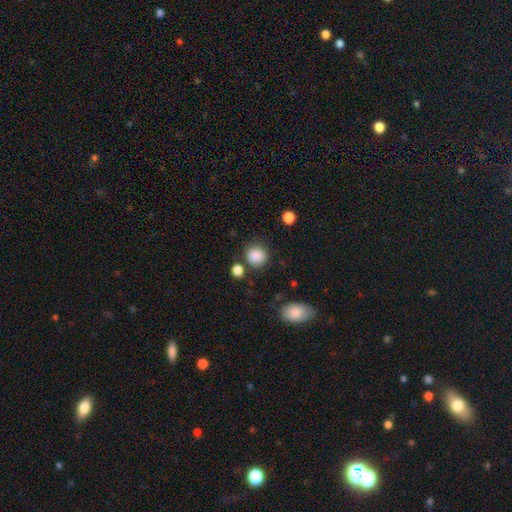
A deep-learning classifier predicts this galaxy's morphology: This is clearly a smooth galaxy (87%). How rounded: clearly round (86%). Merging: likely none (78%).